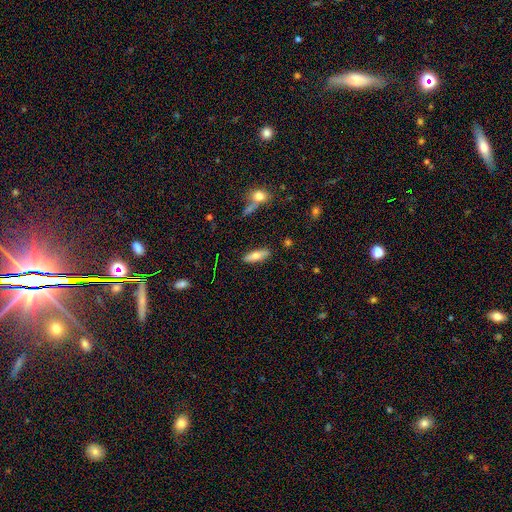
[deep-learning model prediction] This appears to be a smooth galaxy with no disk features (68%) that is in between round and cigar-shaped (49%, tied with cigar-shaped). Merging: none (85%).